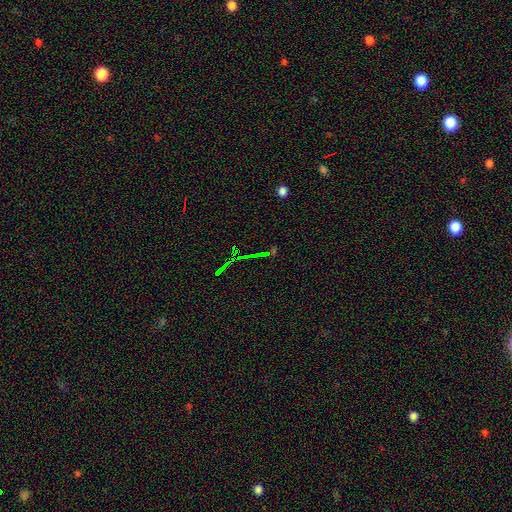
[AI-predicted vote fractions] smooth_or_featured: star or artifact (p=0.73) [alt: featured or disk p=0.15]